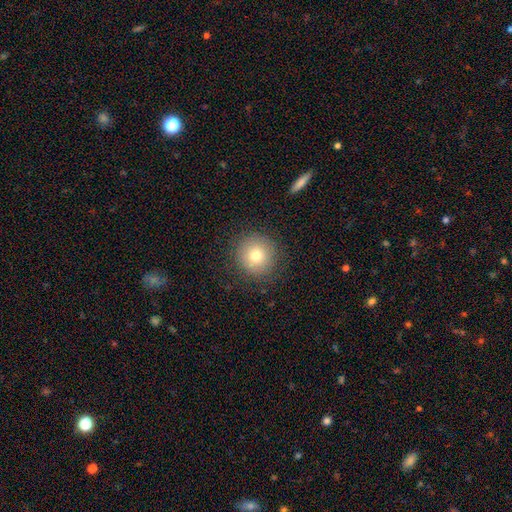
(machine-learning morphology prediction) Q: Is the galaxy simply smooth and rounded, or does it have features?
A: smooth — 75%.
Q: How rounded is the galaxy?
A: round — 95%.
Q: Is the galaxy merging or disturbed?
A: none — 87%.